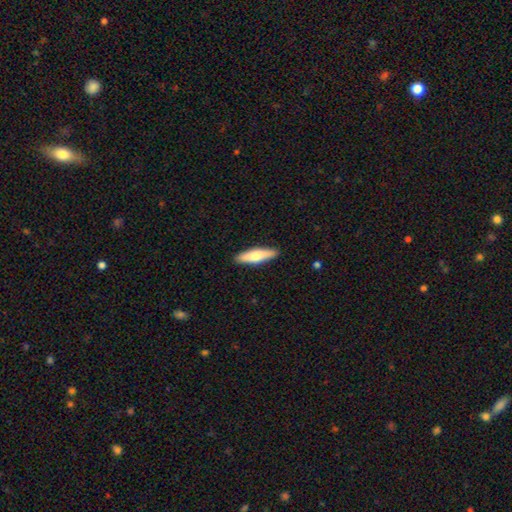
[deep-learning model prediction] Smooth or featured? Predicted: smooth (p=0.64). How rounded? Predicted: cigar-shaped (p=0.68). Merging? Predicted: none (p=0.90).